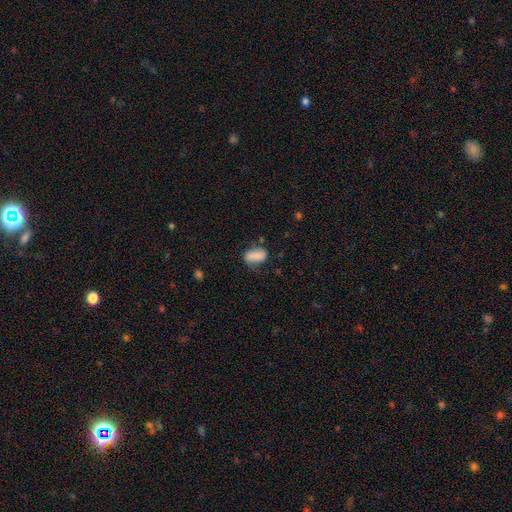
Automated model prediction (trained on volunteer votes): smooth_or_featured: smooth (p=0.77) [alt: featured or disk p=0.15]
how_rounded: in between (p=0.88) [alt: round p=0.08]
merging: none (p=0.59) [alt: minor disturbance p=0.28]